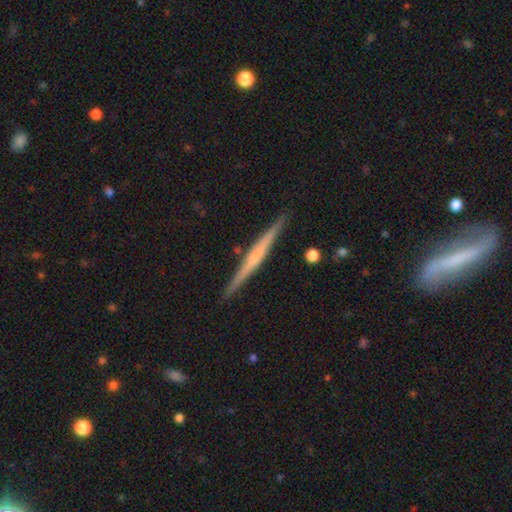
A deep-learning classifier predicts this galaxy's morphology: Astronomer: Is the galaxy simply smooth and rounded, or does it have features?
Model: featured or disk — 67%.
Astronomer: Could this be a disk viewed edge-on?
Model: yes — 98%.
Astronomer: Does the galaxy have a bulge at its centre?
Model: none — 52% (runner-up: rounded, 34%).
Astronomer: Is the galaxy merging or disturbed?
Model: none — 90%.